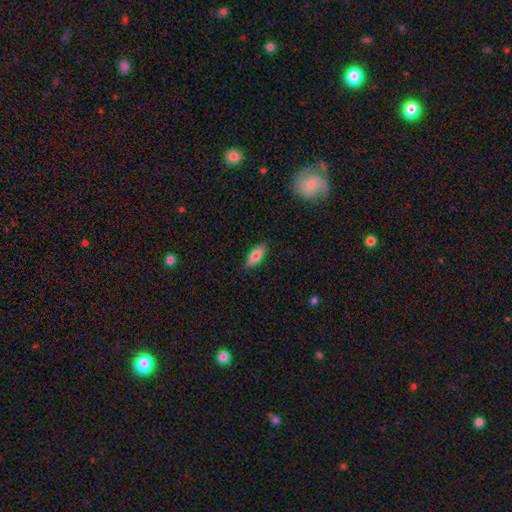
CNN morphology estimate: Smooth or featured? Predicted: smooth (p=0.77). How rounded? Predicted: in between (p=0.61). Merging? Predicted: none (p=0.87).